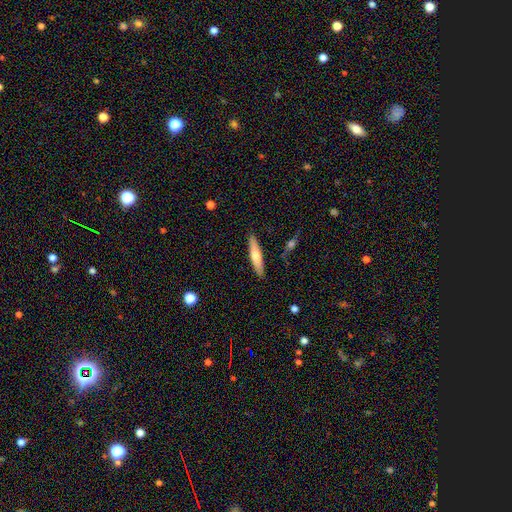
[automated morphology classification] smooth-or-featured: smooth: 59% | featured or disk: 35% | star or artifact: 6%
  how-rounded: cigar-shaped: 80% | in between: 19% | round: 2%
  merging: none: 87% | minor disturbance: 9% | merger: 2% | major disturbance: 2%